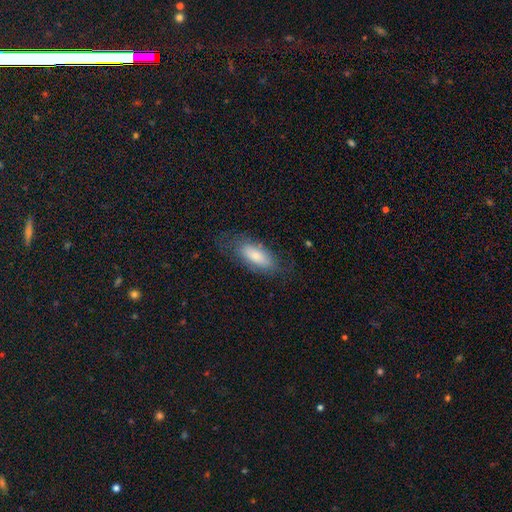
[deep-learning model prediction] smooth-or-featured: smooth: 71% | featured or disk: 23% | star or artifact: 7%
  how-rounded: in between: 79% | cigar-shaped: 19% | round: 2%
  merging: none: 67% | minor disturbance: 21% | major disturbance: 11% | merger: 1%